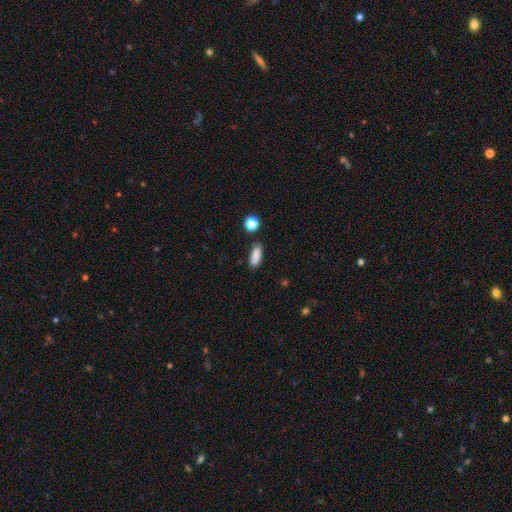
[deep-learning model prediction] smooth 86%, star or artifact 9%, featured or disk 6%. Down the decision tree: how rounded — in between (66%); merging — none (80%).